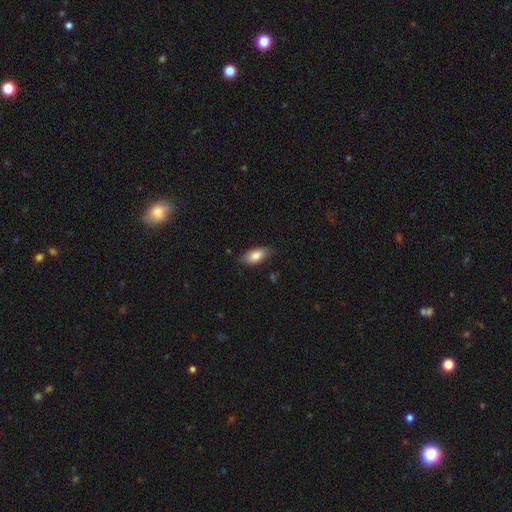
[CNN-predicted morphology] This appears to be a smooth galaxy with no disk features (82%) that is in between round and cigar-shaped (89%). Merging: none (80%).